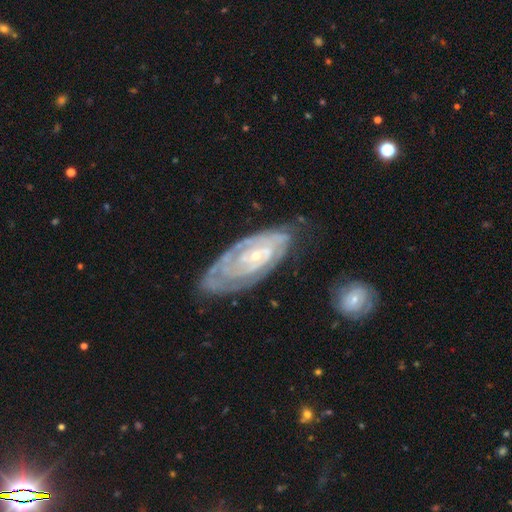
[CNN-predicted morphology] This is clearly a featured or disk galaxy (85%). It is clearly not viewed edge-on (93%). Bar: likely no (63%). Spiral arm pattern: clearly yes (93%). Spiral arm count: marginally can't tell (39%). Spiral winding: likely tight (79%). Central bulge: likely small (77%). Merging: likely none (66%).